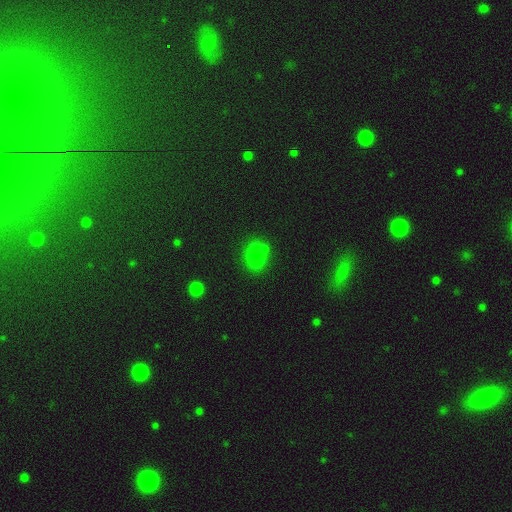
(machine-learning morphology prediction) smooth-or-featured: smooth: 78% | star or artifact: 14% | featured or disk: 7%
  how-rounded: round: 53% | in between: 46% | cigar-shaped: 1%
  merging: none: 64% | merger: 17% | minor disturbance: 14% | major disturbance: 5%